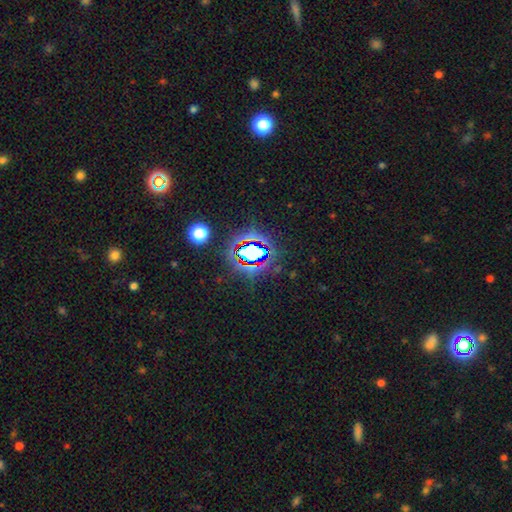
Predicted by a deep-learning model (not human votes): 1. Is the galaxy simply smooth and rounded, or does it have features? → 78% star or artifact, 13% smooth, 9% featured or disk.